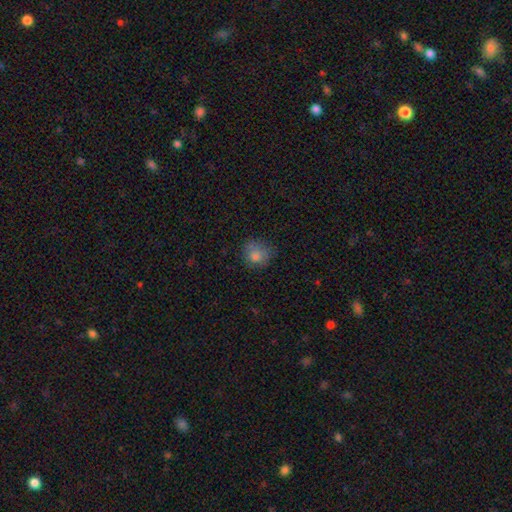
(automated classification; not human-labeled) Smooth or featured? smooth (78%)
How rounded? round (80%)
Merging? none (66%)